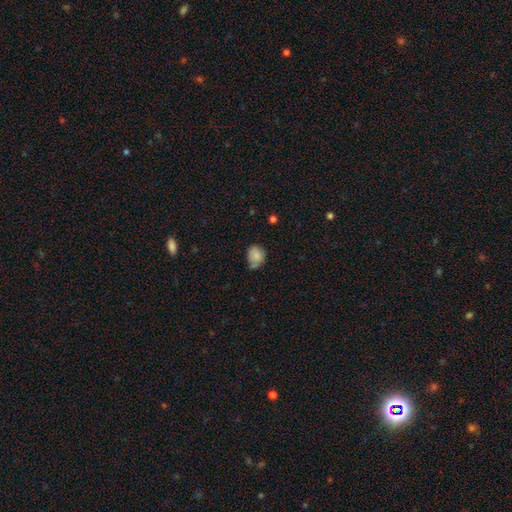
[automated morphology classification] Q: Smooth or featured?
A: smooth (79%); runner-up: featured or disk (12%)
Q: How rounded?
A: round (59%); runner-up: in between (40%)
Q: Merging?
A: none (48%); runner-up: minor disturbance (33%)